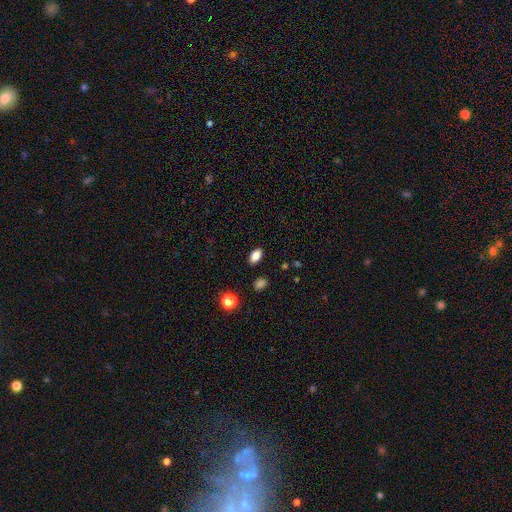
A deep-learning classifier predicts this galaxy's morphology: type=smooth (84%); roundness=in between (89%); merging=none (88%).